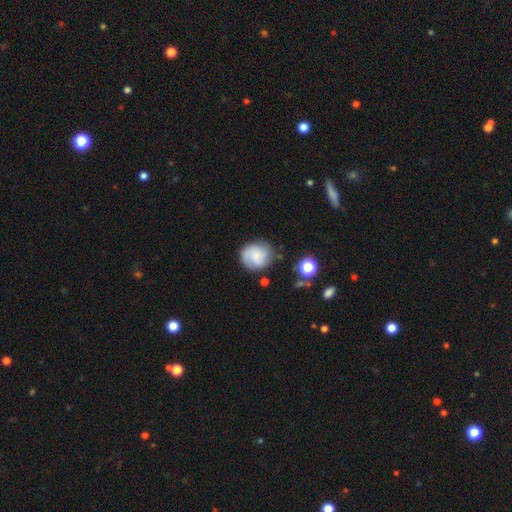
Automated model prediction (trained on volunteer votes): The model was most divided on "smooth or featured": smooth: 60%, featured or disk: 30%, star or artifact: 9%. More confident: how rounded — round (81%); merging — none (73%).